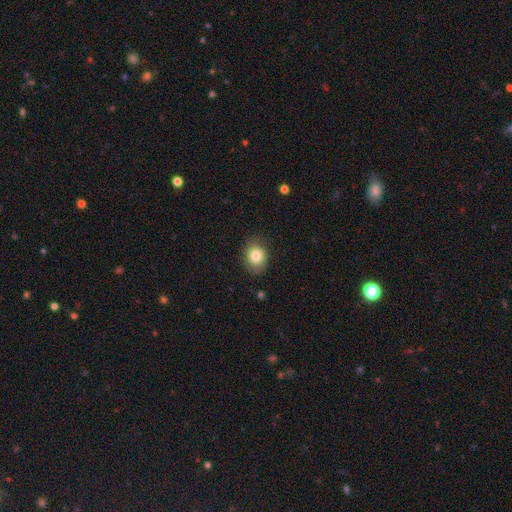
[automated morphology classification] This appears to be a smooth galaxy with no disk features (82%) that is round (51%). Merging: none (78%).